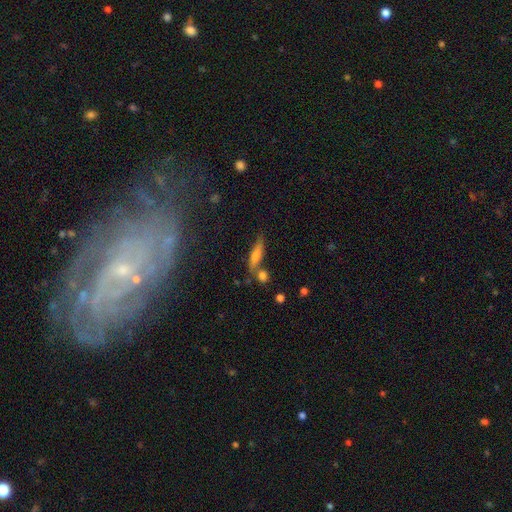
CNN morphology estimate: Smooth or featured? Predicted: smooth (p=0.54). How rounded? Predicted: cigar-shaped (p=0.72). Merging? Predicted: none (p=0.66).